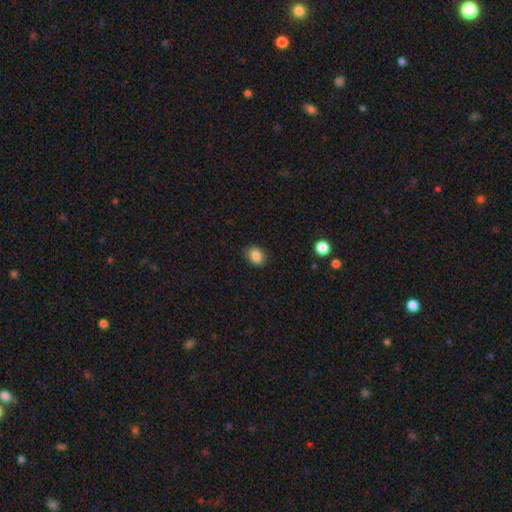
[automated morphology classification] Overall: smooth (86%). How rounded: in between (57%; round 42%). Merging: none (85%).